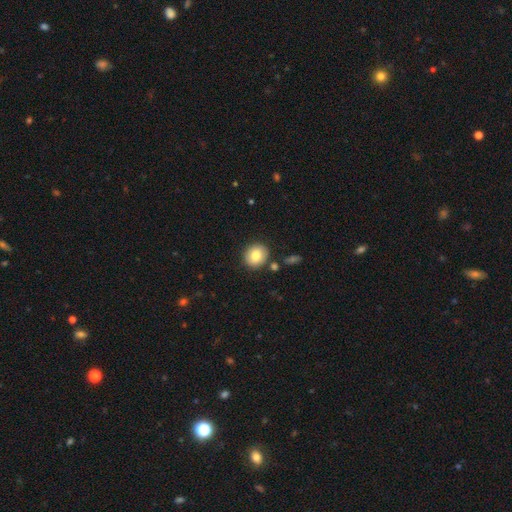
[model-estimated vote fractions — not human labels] Q: Smooth or featured?
A: smooth (80%); runner-up: featured or disk (11%)
Q: How rounded?
A: round (81%); runner-up: in between (19%)
Q: Merging?
A: none (83%); runner-up: minor disturbance (9%)